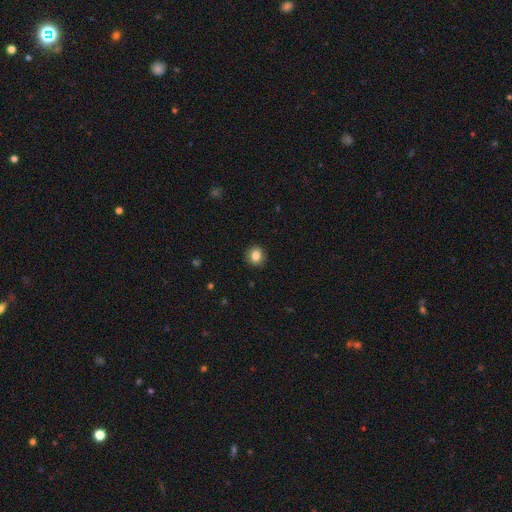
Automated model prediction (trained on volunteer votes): smooth-or-featured: smooth: 84% | star or artifact: 10% | featured or disk: 7%
  how-rounded: round: 81% | in between: 18% | cigar-shaped: 1%
  merging: none: 90% | minor disturbance: 7% | major disturbance: 2% | merger: 1%